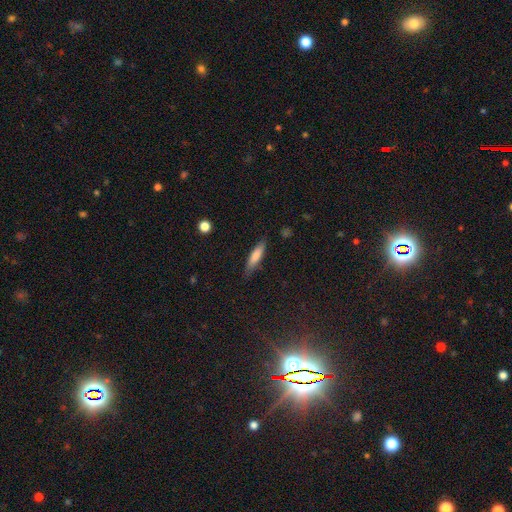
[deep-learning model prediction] Smooth or featured? Predicted: smooth (p=0.75). How rounded? Predicted: cigar-shaped (p=0.76). Merging? Predicted: none (p=0.82).